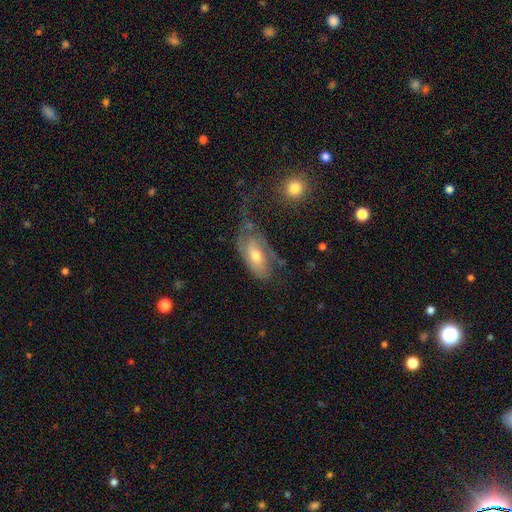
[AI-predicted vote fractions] smooth_or_featured: featured or disk (p=0.51) [alt: smooth p=0.41]
disk_edge_on: no (p=0.87) [alt: yes p=0.13]
merging: major disturbance (p=0.35) [alt: none p=0.33]